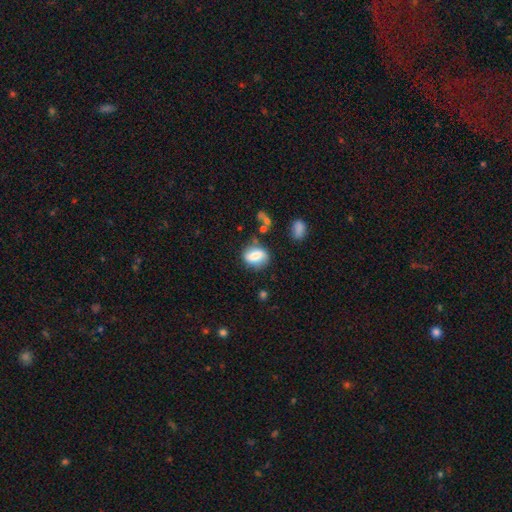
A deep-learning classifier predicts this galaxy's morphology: This is likely a smooth galaxy (71%). How rounded: likely in between (66%). Merging: likely none (66%).